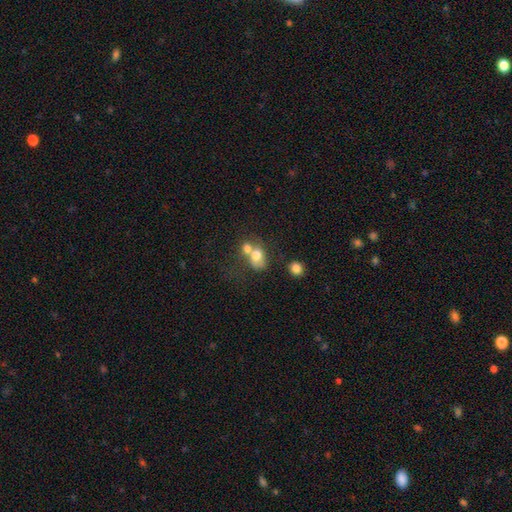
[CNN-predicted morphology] Smooth or featured?
  - smooth: 71% *
  - featured or disk: 18%
  - star or artifact: 11%
How rounded?
  - in between: 51% *
  - round: 47%
  - cigar-shaped: 1%
Merging?
  - merger: 61% *
  - none: 23%
  - minor disturbance: 9%
  - major disturbance: 8%